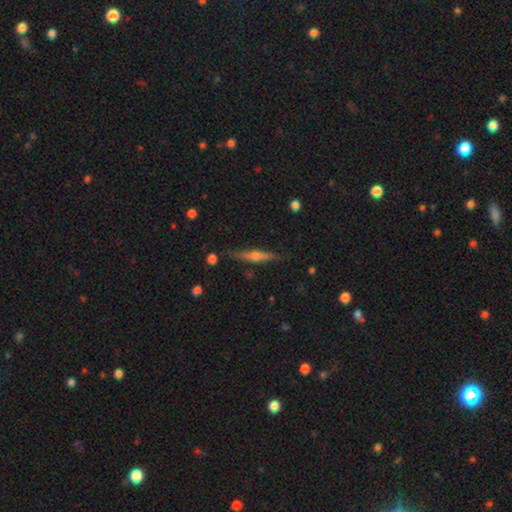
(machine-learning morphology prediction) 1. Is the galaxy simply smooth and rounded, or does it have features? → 71% featured or disk, 22% smooth, 7% star or artifact.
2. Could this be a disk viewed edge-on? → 97% yes, 3% no.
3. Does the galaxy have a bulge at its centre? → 87% rounded, 7% none, 6% boxy.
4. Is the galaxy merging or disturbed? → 86% none, 10% minor disturbance, 2% major disturbance, 2% merger.